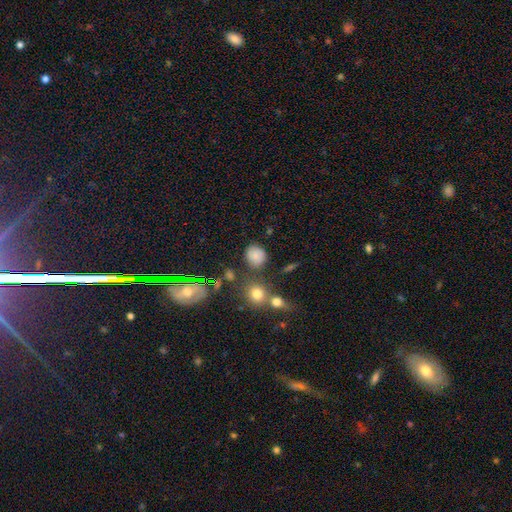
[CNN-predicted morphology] Smooth or featured?
  - smooth: 75% *
  - star or artifact: 15%
  - featured or disk: 10%
How rounded?
  - round: 80% *
  - in between: 19%
  - cigar-shaped: 1%
Merging?
  - none: 73% *
  - minor disturbance: 14%
  - merger: 7%
  - major disturbance: 5%